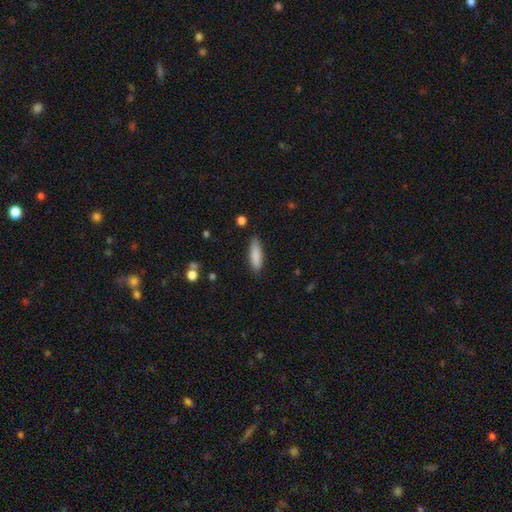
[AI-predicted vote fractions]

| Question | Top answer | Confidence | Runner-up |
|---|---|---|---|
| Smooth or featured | smooth | 86% | featured or disk (8%) |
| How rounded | cigar-shaped | 58% | in between (40%) |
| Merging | none | 85% | minor disturbance (11%) |